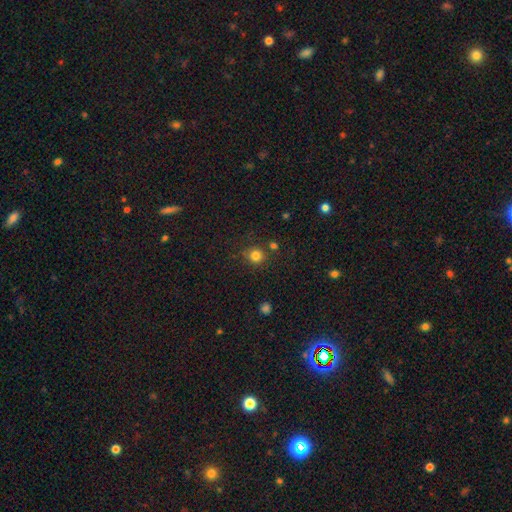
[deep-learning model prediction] Smooth or featured: smooth — 81% (star or artifact — 14%)
How rounded: round — 90% (in between — 9%)
Merging: none — 79% (minor disturbance — 10%)